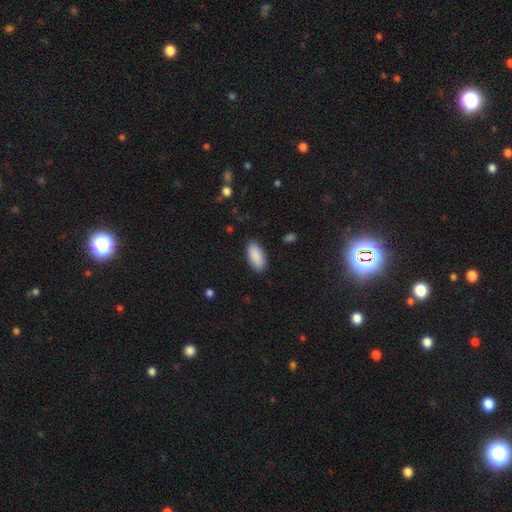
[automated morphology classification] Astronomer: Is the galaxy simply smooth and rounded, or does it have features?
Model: smooth — 91%.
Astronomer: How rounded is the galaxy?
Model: in between — 91%.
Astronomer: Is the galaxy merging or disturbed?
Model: none — 89%.